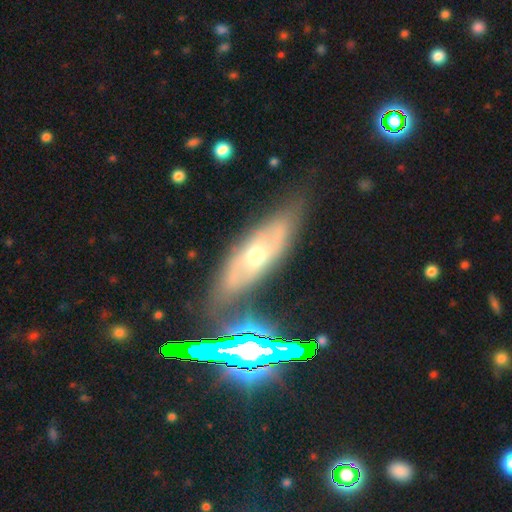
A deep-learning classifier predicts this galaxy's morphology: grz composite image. It shows a featured or disk galaxy (54%). Merging: none (74%).